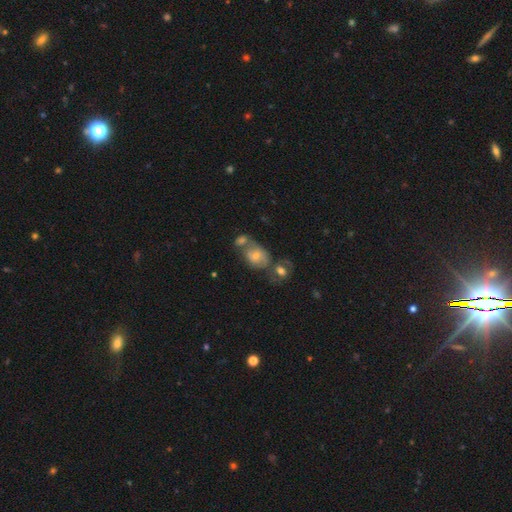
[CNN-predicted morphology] smooth-or-featured: smooth: 48% | featured or disk: 35% | star or artifact: 18%
  merging: merger: 41% | none: 38% | minor disturbance: 13% | major disturbance: 8%